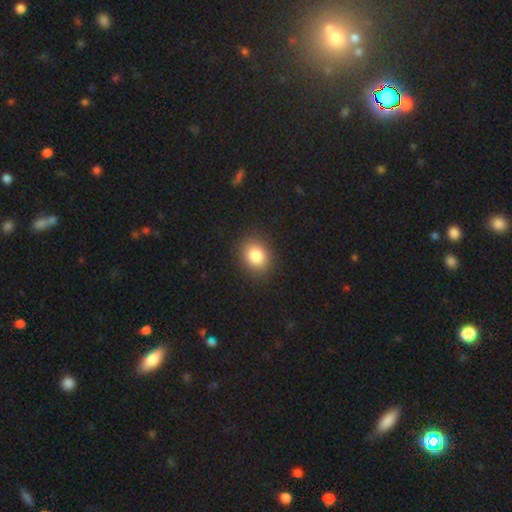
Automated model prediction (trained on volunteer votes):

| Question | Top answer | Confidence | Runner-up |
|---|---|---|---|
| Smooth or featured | smooth | 84% | star or artifact (10%) |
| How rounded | round | 50% | in between (49%) |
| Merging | none | 89% | minor disturbance (8%) |